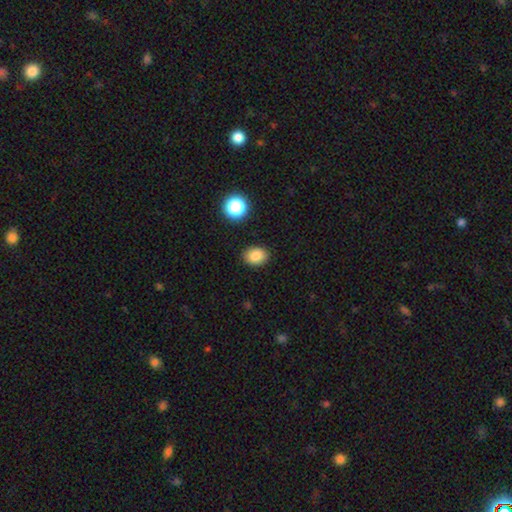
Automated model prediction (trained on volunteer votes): Morphology: type=smooth (84%); roundness=in between (62%); merging=none (88%).